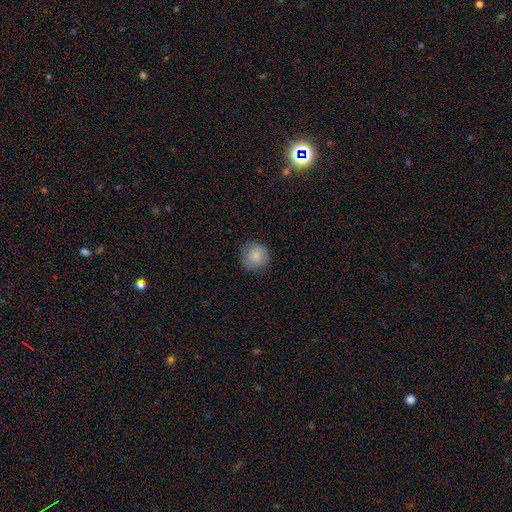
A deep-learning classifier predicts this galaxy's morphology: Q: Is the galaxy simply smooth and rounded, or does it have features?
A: smooth — 83%.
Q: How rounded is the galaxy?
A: round — 92%.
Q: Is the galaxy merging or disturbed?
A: none — 81%.